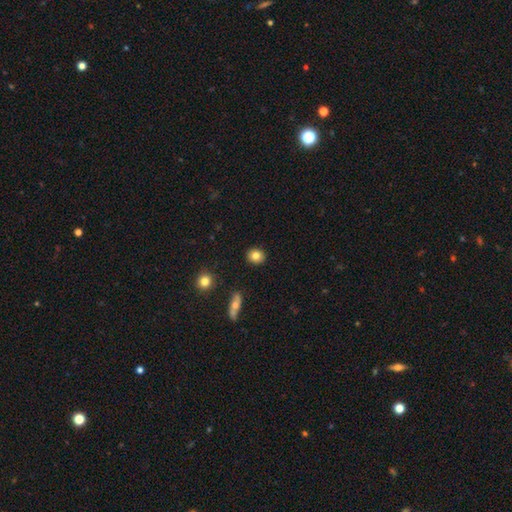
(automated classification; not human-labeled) Morphology: type=smooth (82%); roundness=round (74%); merging=none (90%).